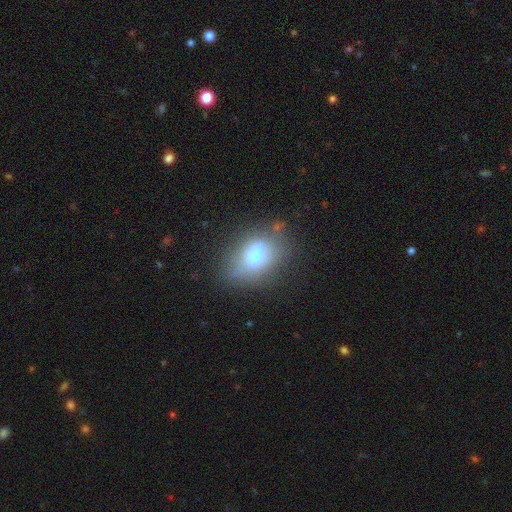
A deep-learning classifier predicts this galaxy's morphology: A smooth galaxy with no disk features (60%) that is in between round and cigar-shaped (69%).

Vote fractions:
- Smooth or featured? smooth: 60% / featured or disk: 28% / star or artifact: 12%
- How rounded? in between: 69% / round: 29% / cigar-shaped: 2%
- Merging? none: 47% / merger: 24% / minor disturbance: 19% / major disturbance: 10%